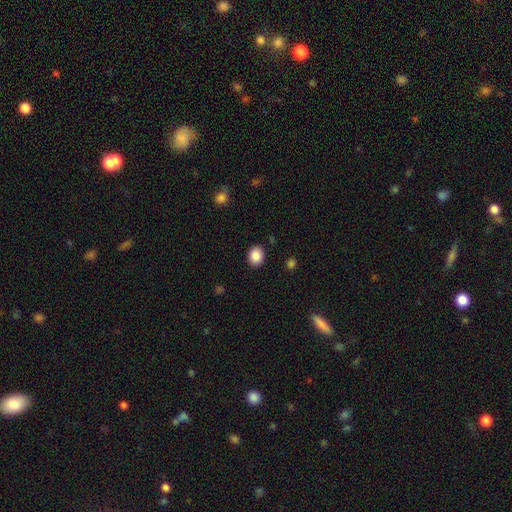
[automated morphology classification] The model was most divided on "how rounded": round: 55%, in between: 44%, cigar-shaped: 1%. More confident: merging — none (89%); smooth or featured — smooth (88%).